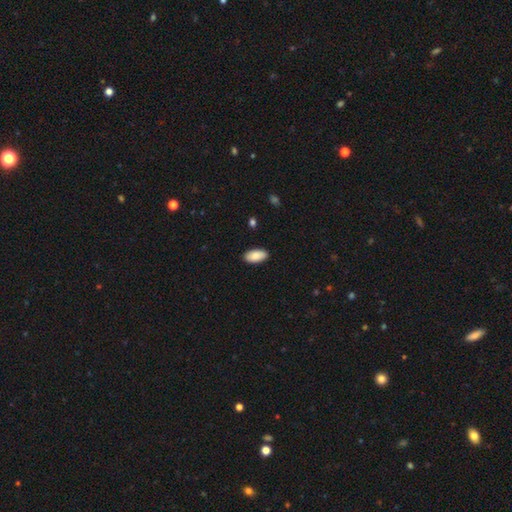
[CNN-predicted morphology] This appears to be a smooth galaxy with no disk features (88%) that is in between round and cigar-shaped (94%). Merging: none (90%).